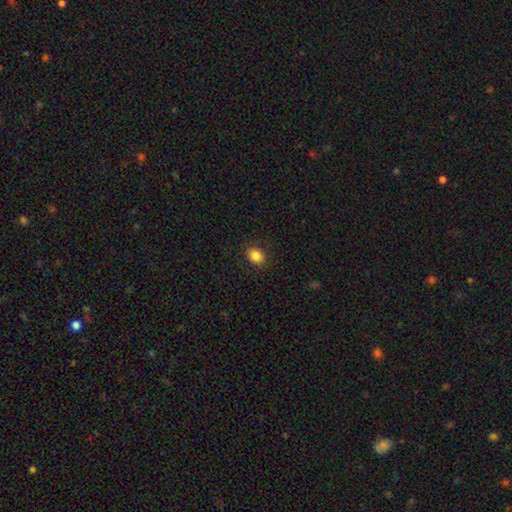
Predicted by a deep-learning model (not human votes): smooth 86%, star or artifact 10%, featured or disk 4%. Down the decision tree: how rounded — in between (58%); merging — none (88%).